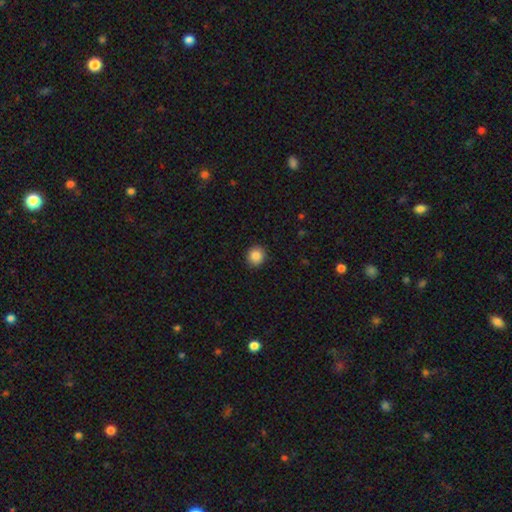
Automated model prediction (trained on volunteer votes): smooth 87%, star or artifact 9%, featured or disk 4%. Down the decision tree: how rounded — round (89%); merging — none (91%).